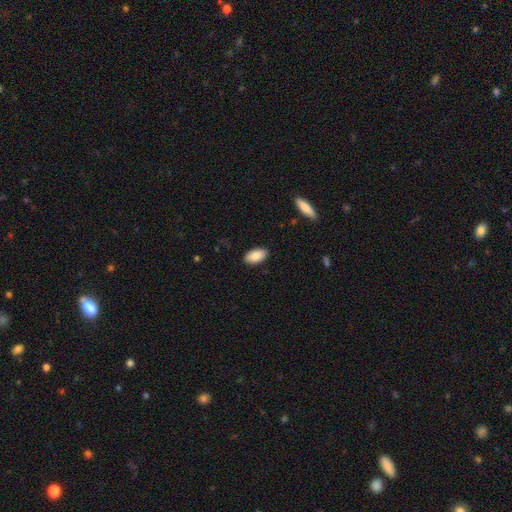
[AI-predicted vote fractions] Smooth or featured? Predicted: smooth (p=0.87). How rounded? Predicted: in between (p=0.95). Merging? Predicted: none (p=0.89).